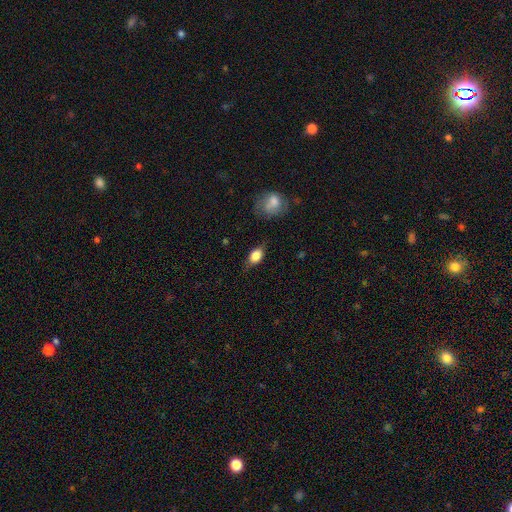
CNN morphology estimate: smooth_or_featured: smooth (p=0.81) [alt: featured or disk p=0.11]
how_rounded: in between (p=0.82) [alt: round p=0.14]
merging: none (p=0.74) [alt: minor disturbance p=0.19]